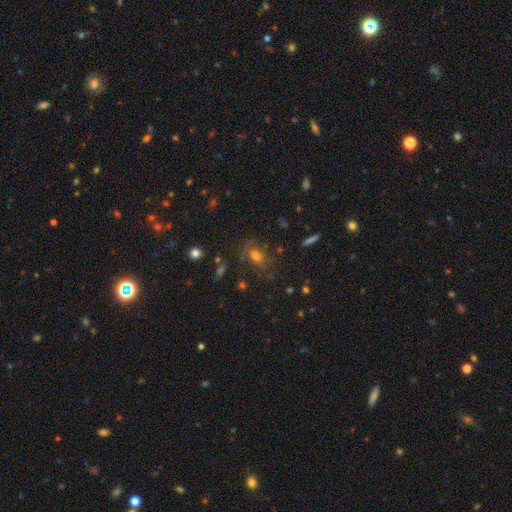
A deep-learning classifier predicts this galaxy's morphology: Q: Smooth or featured?
A: smooth (50%); runner-up: featured or disk (30%)
Q: Merging?
A: none (63%); runner-up: minor disturbance (21%)